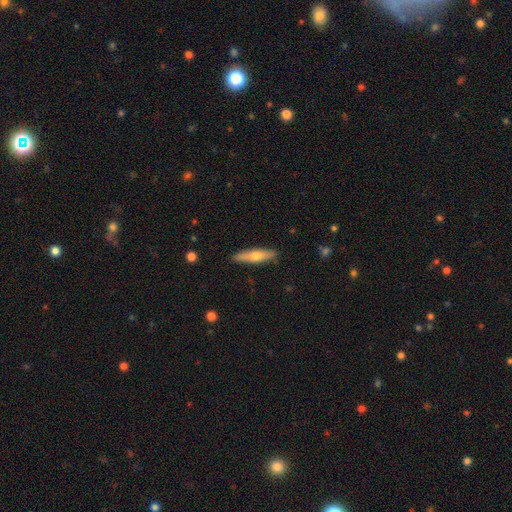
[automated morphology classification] smooth-or-featured: smooth: 52% | featured or disk: 42% | star or artifact: 6%
  how-rounded: cigar-shaped: 80% | in between: 18% | round: 2%
  merging: none: 90% | minor disturbance: 8% | major disturbance: 1% | merger: 1%